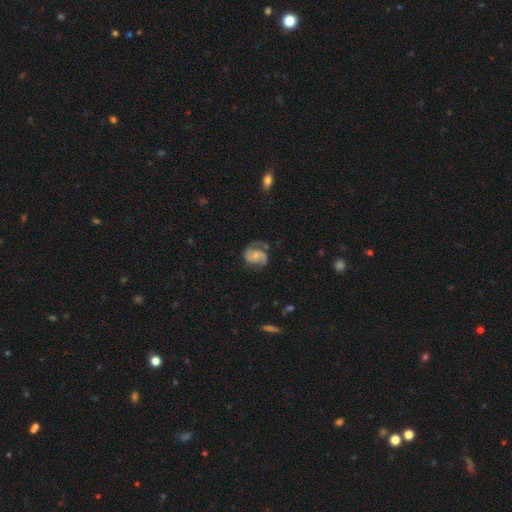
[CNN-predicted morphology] smooth_or_featured: featured or disk (p=0.77) [alt: smooth p=0.16]
disk_edge_on: no (p=0.98) [alt: yes p=0.02]
bar: no (p=0.61) [alt: weak p=0.31]
has_spiral_arms: yes (p=0.94) [alt: no p=0.06]
spiral_winding: medium (p=0.47) [alt: tight p=0.28]
spiral_arm_count: 2 (p=0.80) [alt: 1 p=0.10]
bulge_size: small (p=0.56) [alt: moderate p=0.35]
merging: none (p=0.61) [alt: minor disturbance p=0.22]